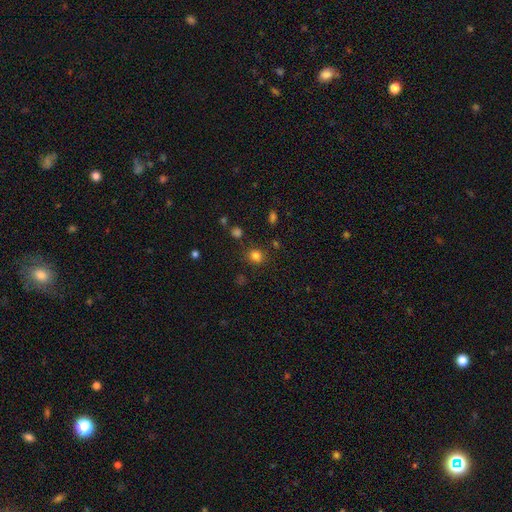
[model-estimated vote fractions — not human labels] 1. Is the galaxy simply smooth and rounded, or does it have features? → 80% smooth, 14% star or artifact, 5% featured or disk.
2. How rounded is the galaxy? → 80% round, 19% in between, 1% cigar-shaped.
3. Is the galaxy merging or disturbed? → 83% none, 10% minor disturbance, 4% major disturbance, 3% merger.